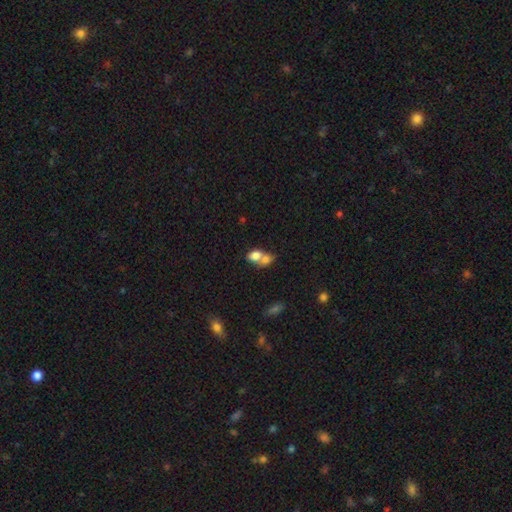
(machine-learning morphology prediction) A smooth galaxy with no disk features (75%) that is in between round and cigar-shaped (72%).

Vote fractions:
- Smooth or featured? smooth: 75% / featured or disk: 16% / star or artifact: 9%
- How rounded? in between: 72% / round: 26% / cigar-shaped: 2%
- Merging? merger: 70% / none: 20% / minor disturbance: 7% / major disturbance: 4%